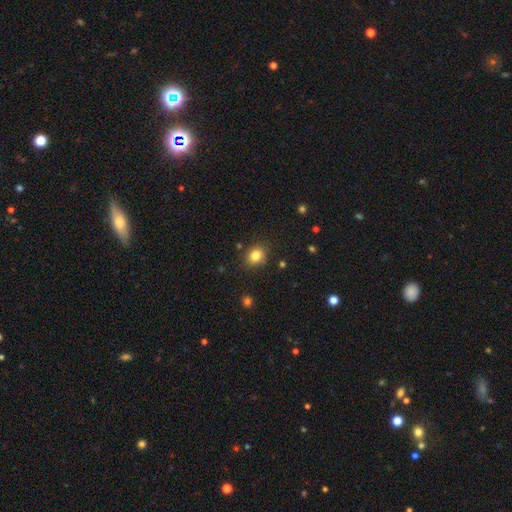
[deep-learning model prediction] Smooth or featured?
  - smooth: 82% *
  - star or artifact: 11%
  - featured or disk: 7%
How rounded?
  - round: 58% *
  - in between: 41%
  - cigar-shaped: 1%
Merging?
  - none: 84% *
  - minor disturbance: 11%
  - major disturbance: 3%
  - merger: 2%